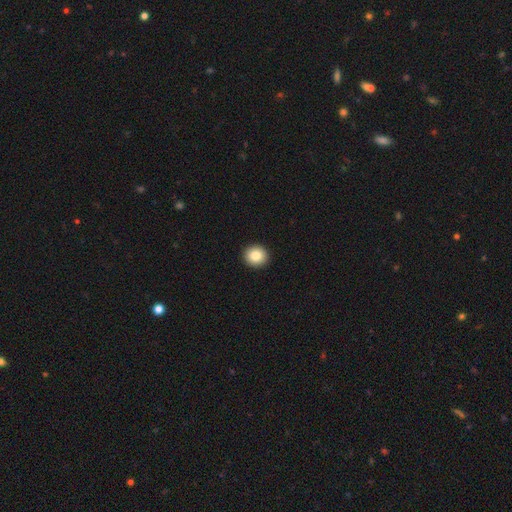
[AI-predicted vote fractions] This is clearly a smooth galaxy (86%). How rounded: clearly round (89%). Merging: clearly none (93%).